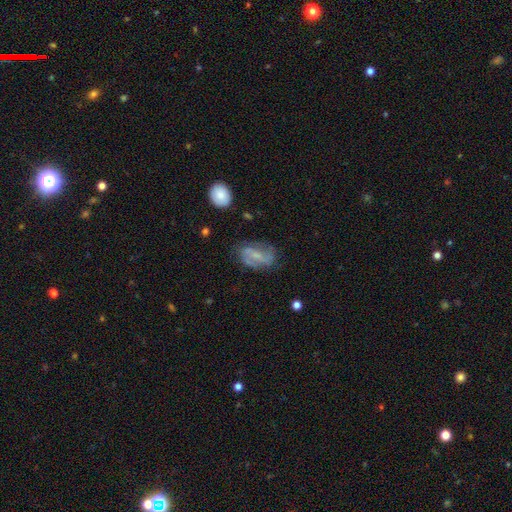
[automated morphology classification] type=featured or disk (64%); edge-on=no (95%); bar=weak (46%); spiral arms=yes (82%); bulge=small (57%); merging=none (66%).